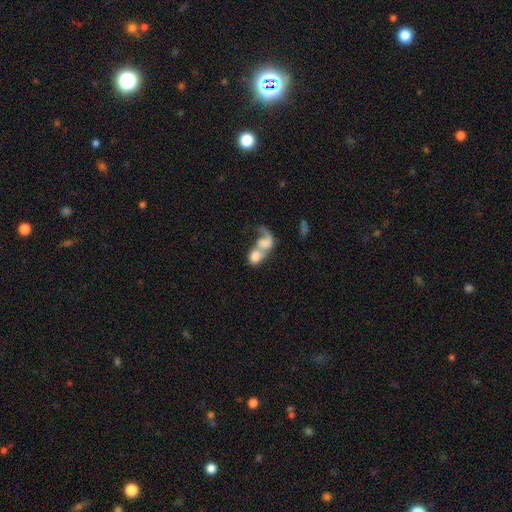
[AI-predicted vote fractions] Smooth or featured? smooth (57%)
How rounded? in between (60%)
Merging? merger (78%)